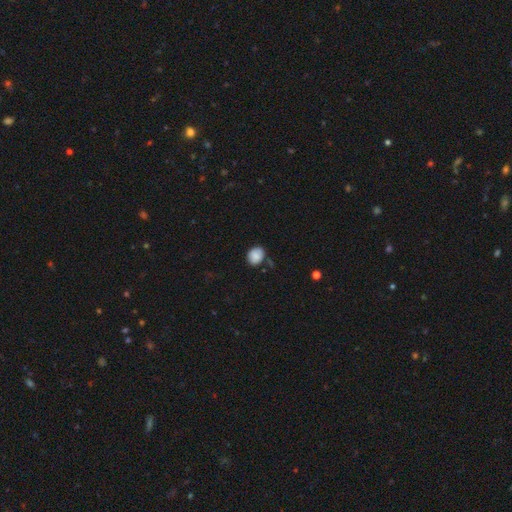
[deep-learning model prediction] Morphology: type=smooth (83%); roundness=round (54%); merging=none (71%).